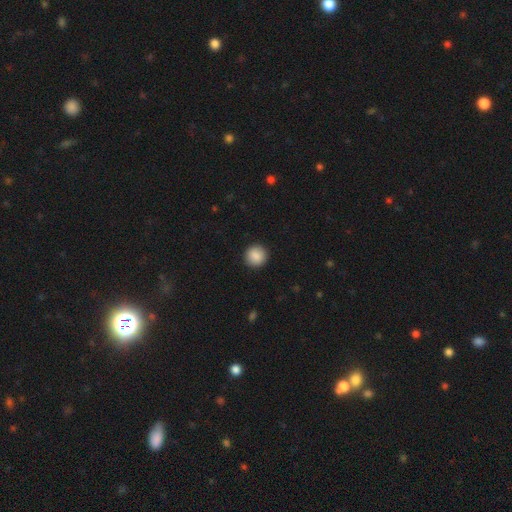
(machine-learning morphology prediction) smooth 89%, star or artifact 8%, featured or disk 4%. Down the decision tree: how rounded — round (93%); merging — none (92%).